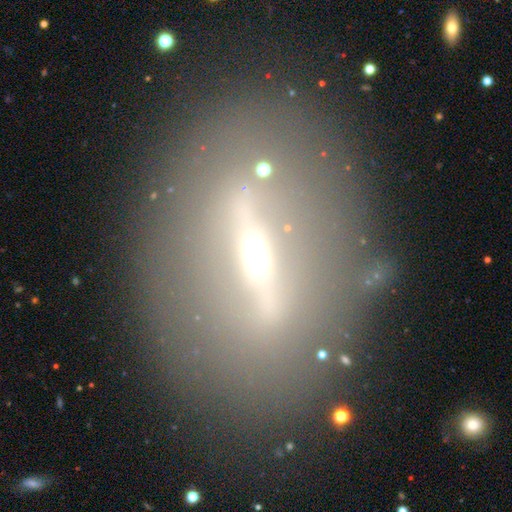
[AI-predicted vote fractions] The model was most divided on "edge-on disk": yes: 56%, no: 44%. More confident: merging — none (85%); smooth or featured — featured or disk (71%).